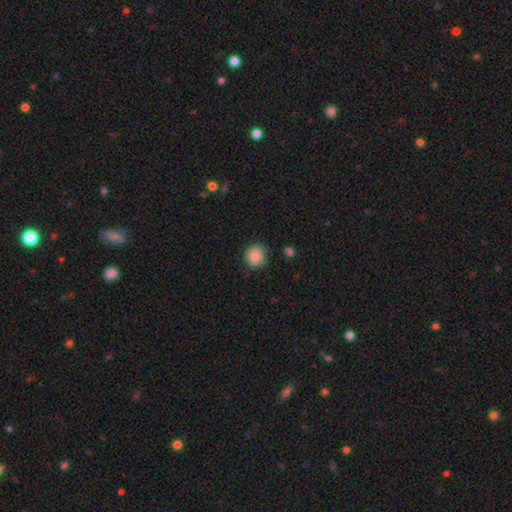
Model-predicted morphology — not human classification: A smooth galaxy with no disk features (87%) that is round (87%). Merging: none (82%).